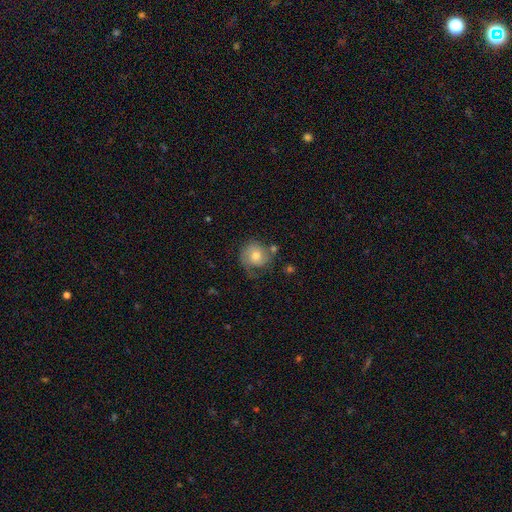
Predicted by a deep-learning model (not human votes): Morphology: type=featured or disk (48%); merging=none (53%).